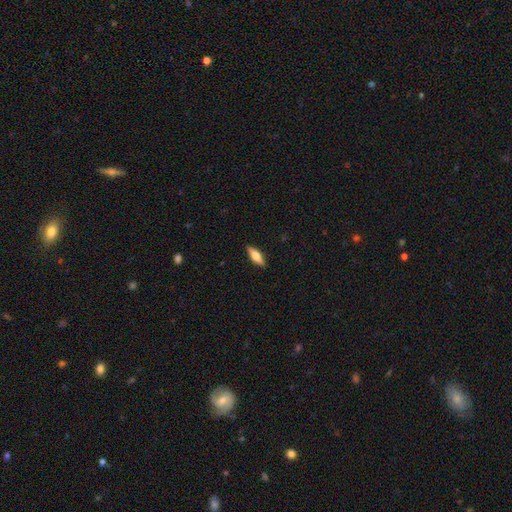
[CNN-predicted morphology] Overall: smooth (52%; featured or disk 41%). How rounded: in between (55%; cigar-shaped 42%). Merging: none (88%).